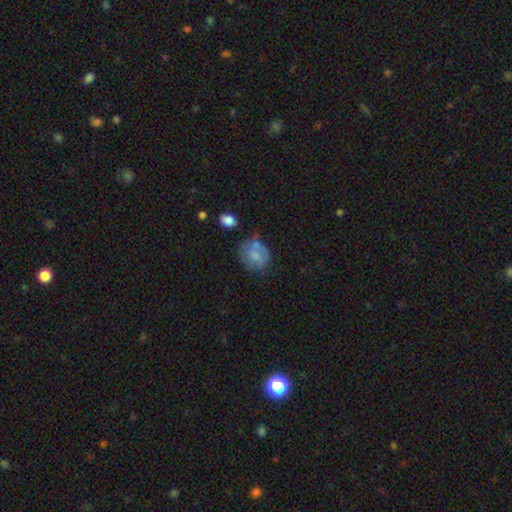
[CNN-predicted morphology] This is likely a smooth galaxy (66%). How rounded: likely round (64%). Merging: marginally none (45%).